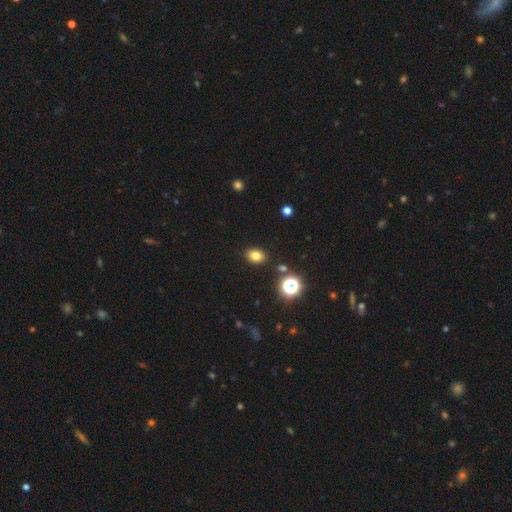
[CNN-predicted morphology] Smooth or featured: smooth — 78% (star or artifact — 15%)
How rounded: in between — 63% (round — 36%)
Merging: none — 87% (minor disturbance — 8%)